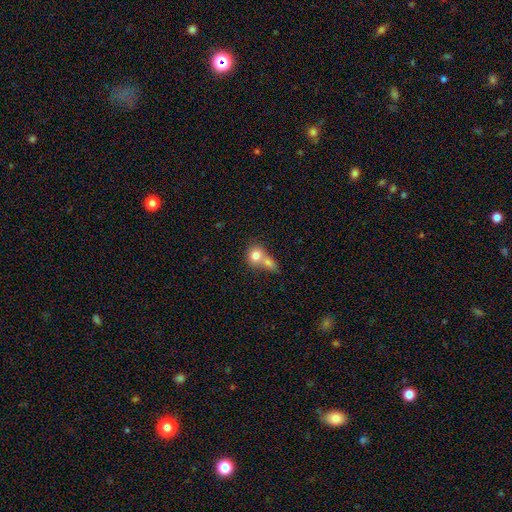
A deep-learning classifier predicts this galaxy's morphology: Smooth or featured?
  - smooth: 77% *
  - featured or disk: 15%
  - star or artifact: 9%
How rounded?
  - round: 66% *
  - in between: 33%
  - cigar-shaped: 1%
Merging?
  - merger: 65% *
  - none: 25%
  - minor disturbance: 7%
  - major disturbance: 4%